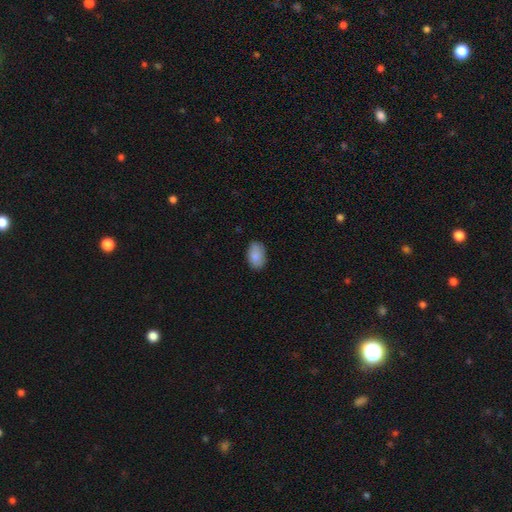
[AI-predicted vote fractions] Smooth or featured? smooth (85%)
How rounded? in between (89%)
Merging? none (83%)